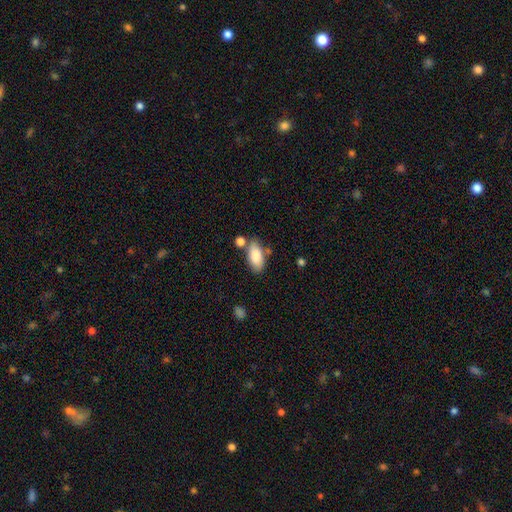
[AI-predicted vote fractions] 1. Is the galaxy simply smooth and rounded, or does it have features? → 85% smooth, 8% featured or disk, 7% star or artifact.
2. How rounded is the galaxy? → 91% in between, 6% cigar-shaped, 3% round.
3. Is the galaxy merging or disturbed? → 63% none, 17% minor disturbance, 15% merger, 5% major disturbance.